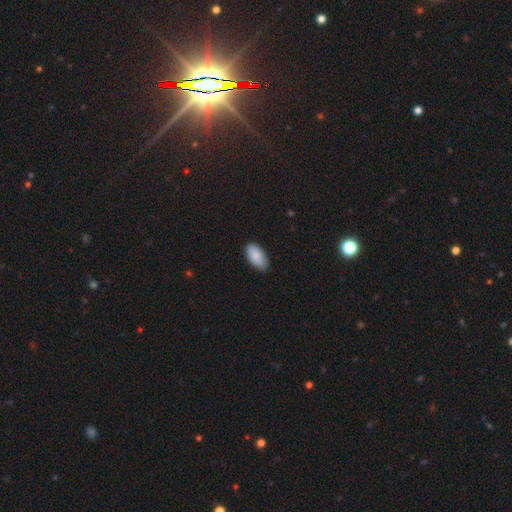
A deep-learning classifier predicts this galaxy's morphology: This appears to be a smooth galaxy with no disk features (87%) that is in between round and cigar-shaped (95%). Merging: none (79%).